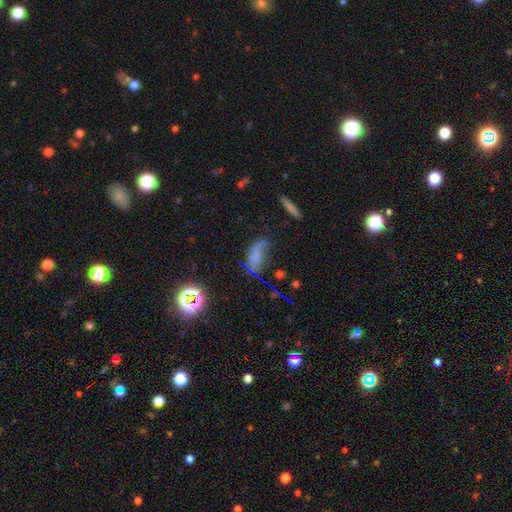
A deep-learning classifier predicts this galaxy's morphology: smooth-or-featured: smooth: 51% | featured or disk: 28% | star or artifact: 21%
  how-rounded: in between: 78% | cigar-shaped: 14% | round: 8%
  merging: none: 40% | minor disturbance: 29% | major disturbance: 26% | merger: 5%